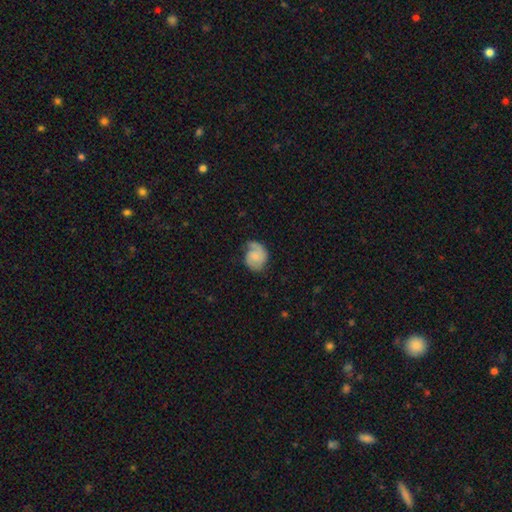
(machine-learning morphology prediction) type=featured or disk (51%); edge-on=no (98%); merging=none (52%).